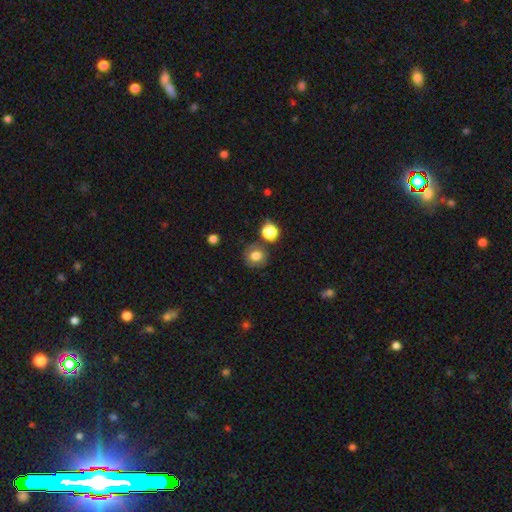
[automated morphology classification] Smooth or featured: smooth — 74% (featured or disk — 15%)
How rounded: round — 85% (in between — 14%)
Merging: none — 76% (minor disturbance — 12%)